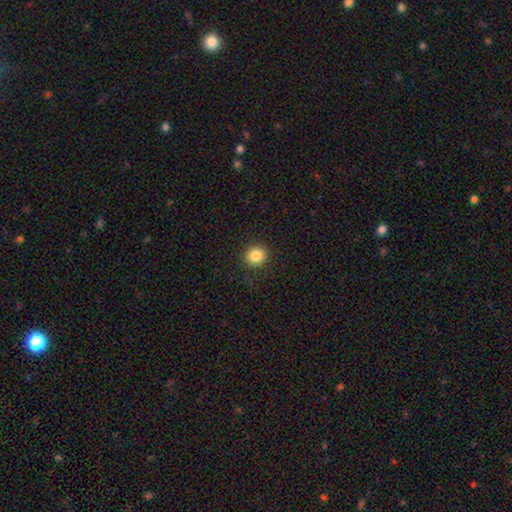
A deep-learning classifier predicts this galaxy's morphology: smooth-or-featured: smooth: 86% | star or artifact: 10% | featured or disk: 4%
  how-rounded: round: 90% | in between: 9% | cigar-shaped: 1%
  merging: none: 90% | minor disturbance: 7% | major disturbance: 2% | merger: 1%